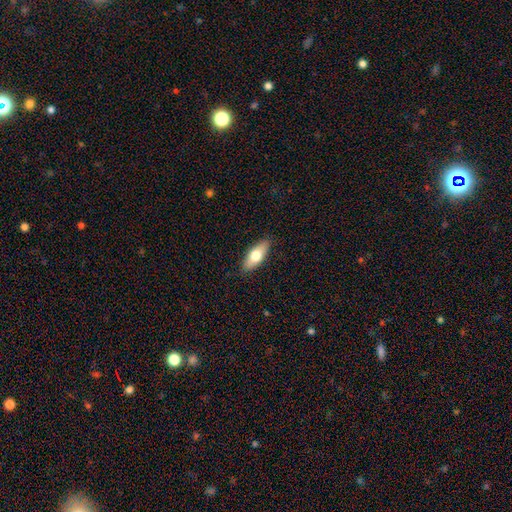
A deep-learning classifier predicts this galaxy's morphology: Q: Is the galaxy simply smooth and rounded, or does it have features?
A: smooth — 70%.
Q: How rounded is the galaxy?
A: in between — 75%.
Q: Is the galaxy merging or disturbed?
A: none — 88%.